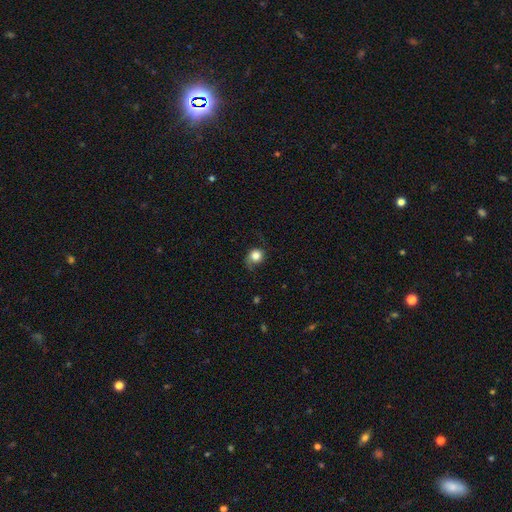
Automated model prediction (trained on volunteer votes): Q: Smooth or featured?
A: smooth (75%); runner-up: featured or disk (16%)
Q: How rounded?
A: round (73%); runner-up: in between (26%)
Q: Merging?
A: none (53%); runner-up: minor disturbance (28%)